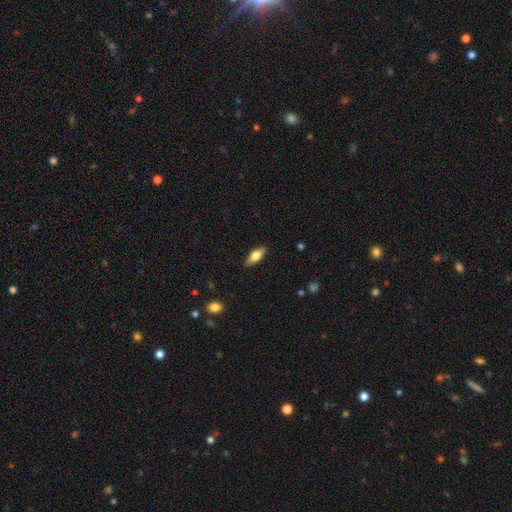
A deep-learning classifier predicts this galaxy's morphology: A smooth galaxy with no disk features (60%) that is in between round and cigar-shaped (69%).

Vote fractions:
- Smooth or featured? smooth: 60% / featured or disk: 33% / star or artifact: 7%
- How rounded? in between: 69% / cigar-shaped: 28% / round: 3%
- Merging? none: 88% / minor disturbance: 9% / major disturbance: 2% / merger: 1%